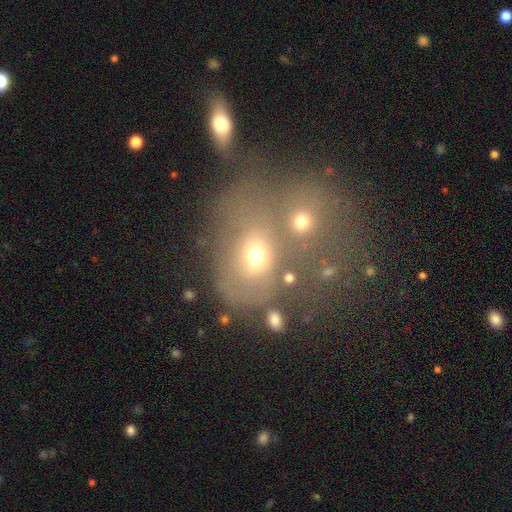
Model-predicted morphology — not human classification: Smooth or featured? smooth (54%)
How rounded? in between (55%)
Merging? merger (52%)